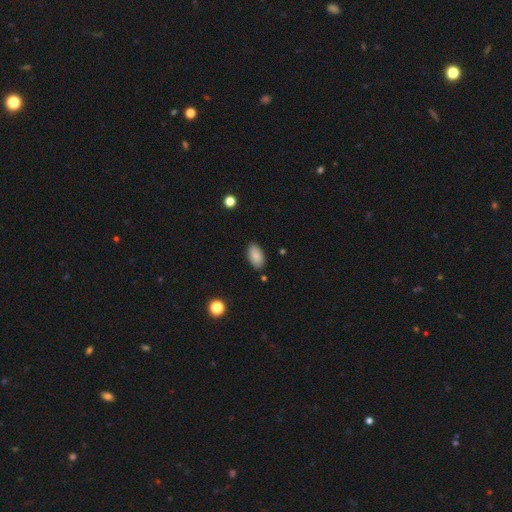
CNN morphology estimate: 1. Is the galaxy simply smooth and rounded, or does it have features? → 87% smooth, 7% star or artifact, 5% featured or disk.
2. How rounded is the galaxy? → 94% in between, 4% round, 2% cigar-shaped.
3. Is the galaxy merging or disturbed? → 86% none, 10% minor disturbance, 2% major disturbance, 2% merger.